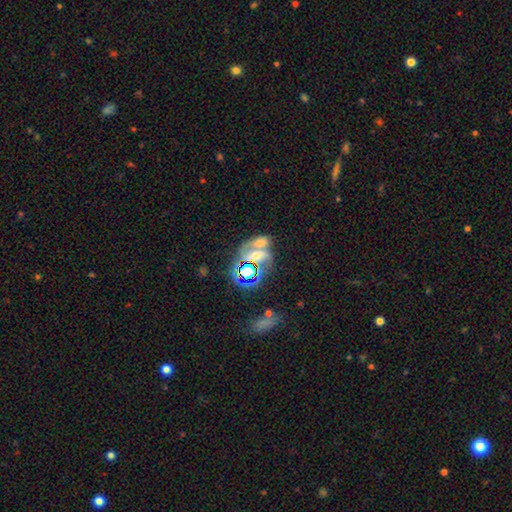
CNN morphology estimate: smooth 35%, star or artifact 34%, featured or disk 32%. Down the decision tree: merging — merger (53%).